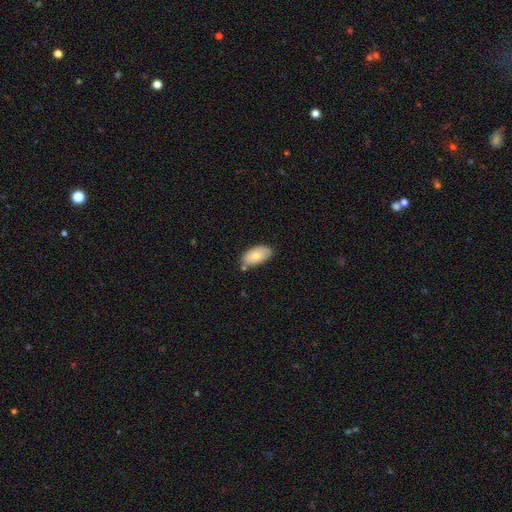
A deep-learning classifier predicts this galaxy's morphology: A smooth galaxy with no disk features (75%) that is in between round and cigar-shaped (94%).

Vote fractions:
- Smooth or featured? smooth: 75% / featured or disk: 18% / star or artifact: 7%
- How rounded? in between: 94% / round: 4% / cigar-shaped: 2%
- Merging? none: 70% / minor disturbance: 20% / merger: 7% / major disturbance: 3%